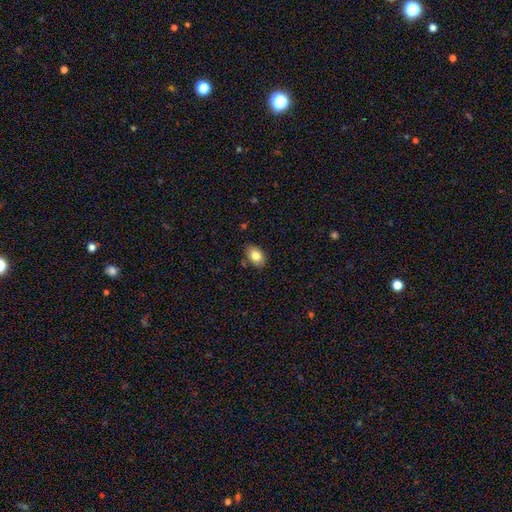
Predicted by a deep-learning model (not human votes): smooth_or_featured: smooth (p=0.82) [alt: featured or disk p=0.10]
how_rounded: in between (p=0.83) [alt: round p=0.16]
merging: none (p=0.82) [alt: minor disturbance p=0.13]